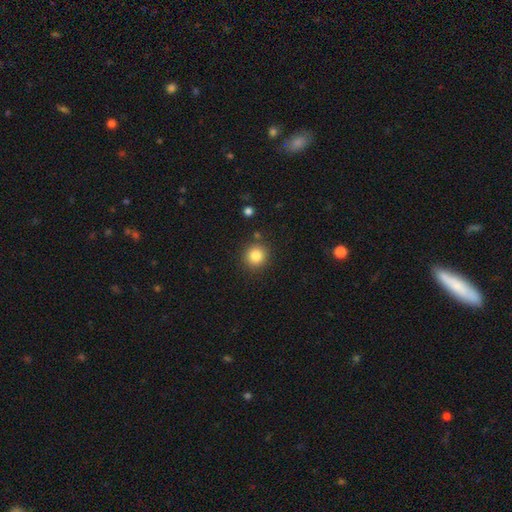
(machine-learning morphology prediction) This is clearly a smooth galaxy (84%). How rounded: clearly round (90%). Merging: clearly none (87%).